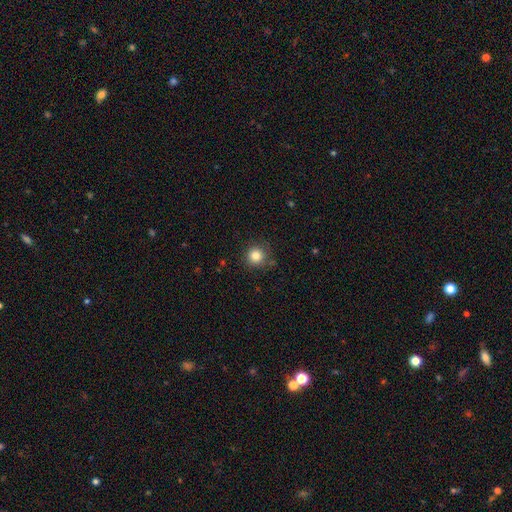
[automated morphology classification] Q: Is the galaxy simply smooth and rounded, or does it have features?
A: smooth — 83%.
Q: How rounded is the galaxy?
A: round — 94%.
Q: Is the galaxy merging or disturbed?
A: none — 84%.